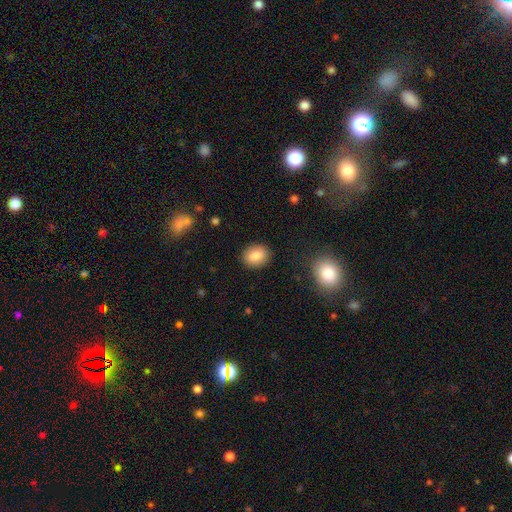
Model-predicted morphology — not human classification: This appears to be a smooth galaxy with no disk features (84%) that is round (54%). Merging: none (89%).